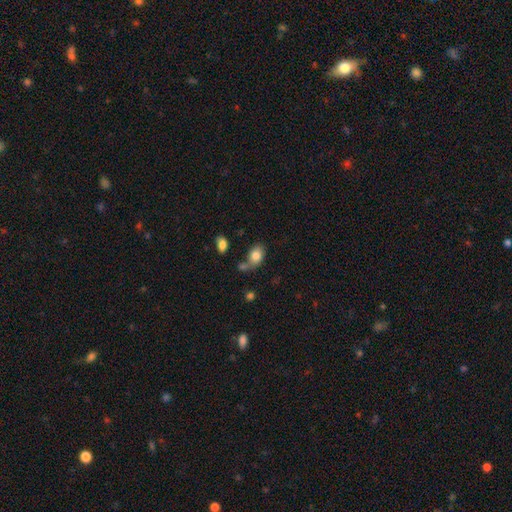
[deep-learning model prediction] Smooth or featured? Predicted: smooth (p=0.82). How rounded? Predicted: in between (p=0.79). Merging? Predicted: none (p=0.50).